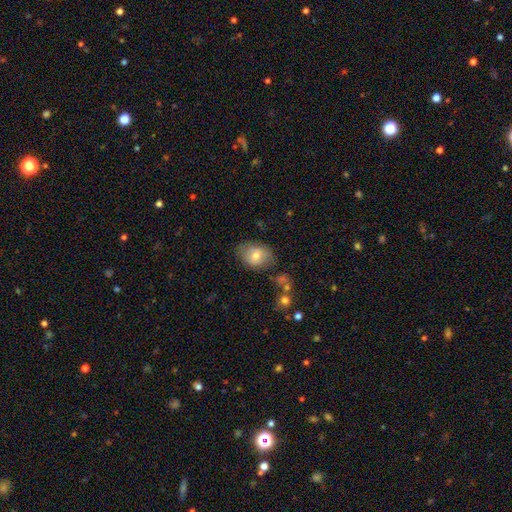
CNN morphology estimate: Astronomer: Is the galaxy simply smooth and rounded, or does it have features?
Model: smooth — 68%.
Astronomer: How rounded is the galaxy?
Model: in between — 70%.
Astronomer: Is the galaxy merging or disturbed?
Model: none — 69%.